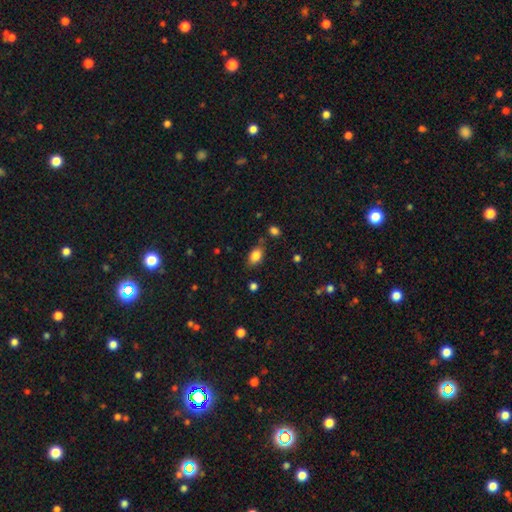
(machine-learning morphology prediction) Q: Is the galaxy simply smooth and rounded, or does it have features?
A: smooth — 83%.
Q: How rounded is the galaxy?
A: in between — 87%.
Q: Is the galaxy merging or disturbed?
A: none — 76%.